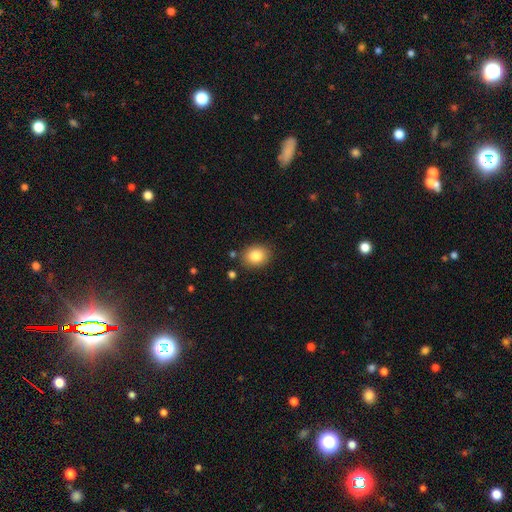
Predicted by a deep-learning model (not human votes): Smooth or featured? smooth (84%)
How rounded? round (58%)
Merging? none (85%)